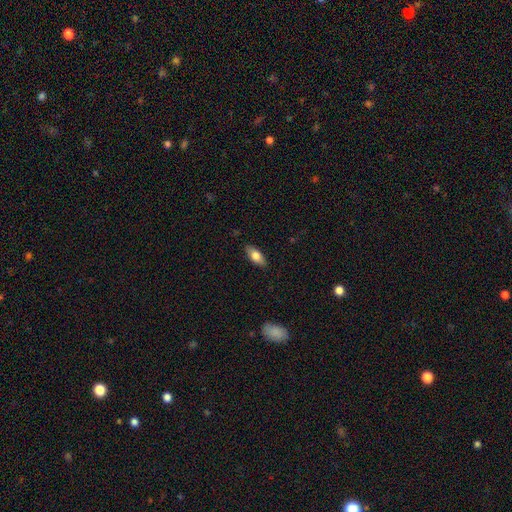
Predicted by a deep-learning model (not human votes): smooth 74%, featured or disk 20%, star or artifact 6%. Down the decision tree: how rounded — in between (82%); merging — none (87%).